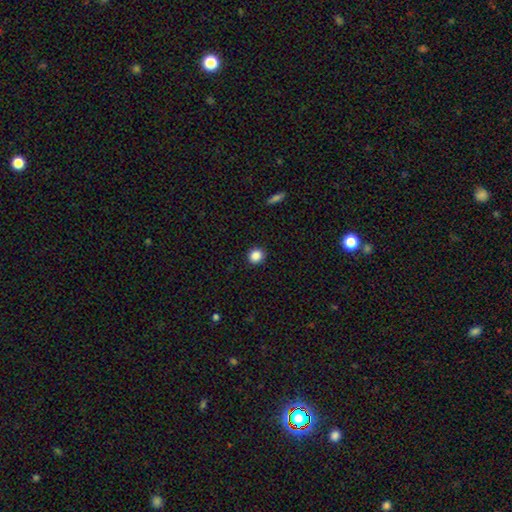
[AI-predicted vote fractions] Overall: smooth (87%). How rounded: round (87%). Merging: none (91%).